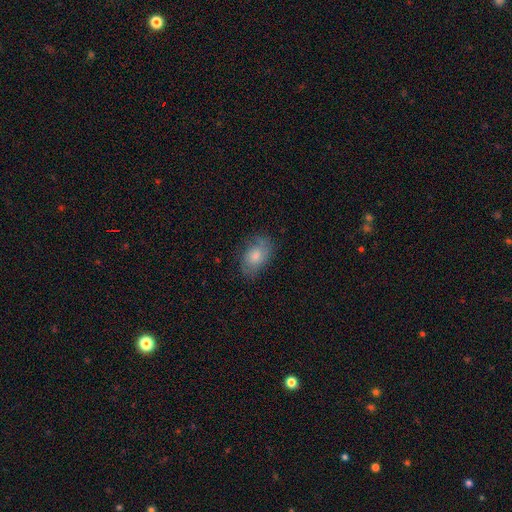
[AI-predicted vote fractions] A smooth galaxy with no disk features (67%) that is in between round and cigar-shaped (86%). Merging: none (68%).